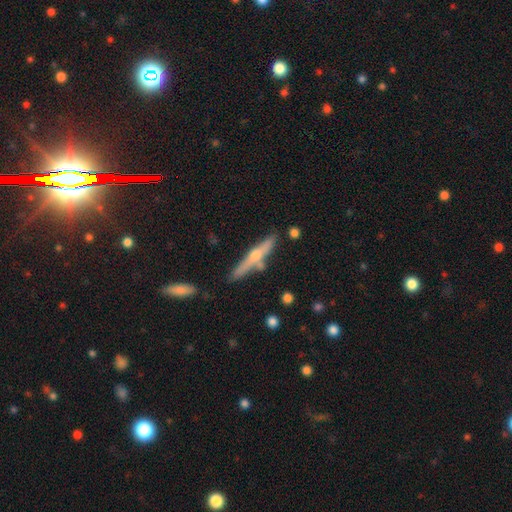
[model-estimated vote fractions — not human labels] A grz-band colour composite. It shows a featured or disk galaxy (58%) viewed edge-on (95%) with a rounded central bulge (85%). Merging: none (74%).